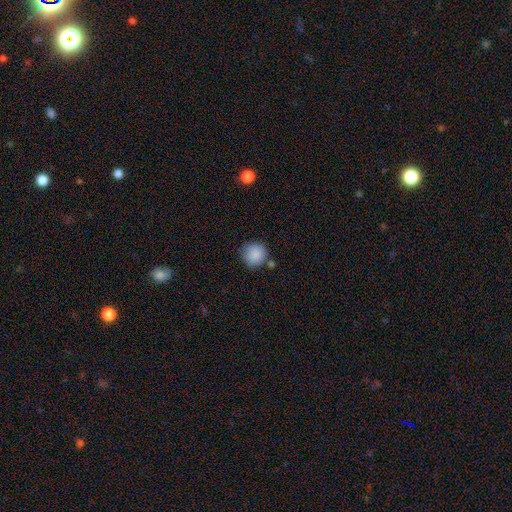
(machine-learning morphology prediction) Smooth or featured: smooth — 88% (star or artifact — 8%)
How rounded: round — 92% (in between — 7%)
Merging: none — 74% (minor disturbance — 14%)